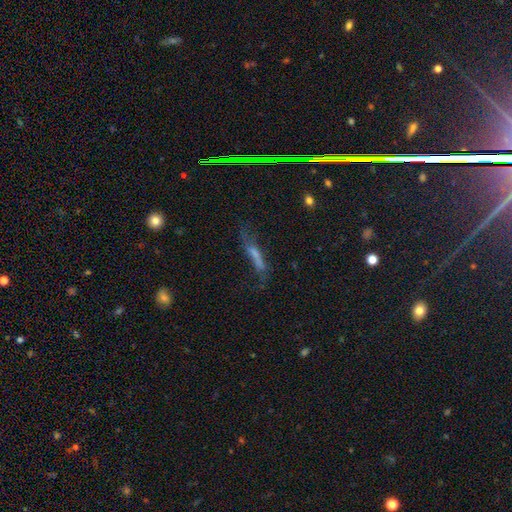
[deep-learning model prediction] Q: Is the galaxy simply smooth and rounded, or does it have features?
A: smooth — 42%.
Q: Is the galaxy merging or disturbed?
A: none — 43%.